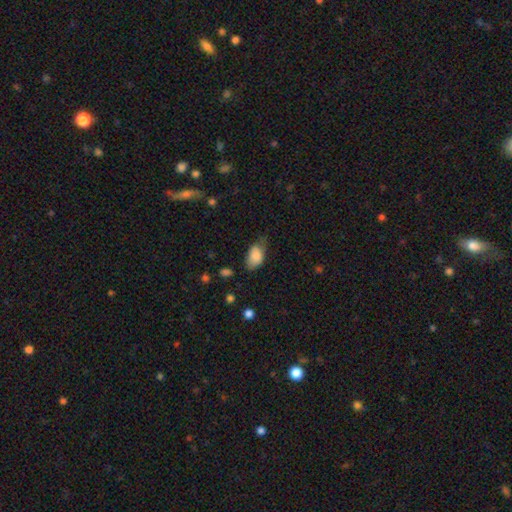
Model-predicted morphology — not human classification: This is clearly a smooth galaxy (83%). How rounded: clearly in between (91%). Merging: marginally none (44%).